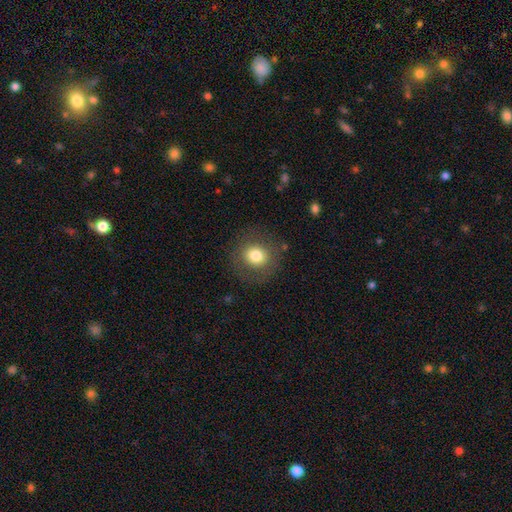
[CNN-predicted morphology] A smooth galaxy with no disk features (77%) that is round (88%). Merging: none (84%).